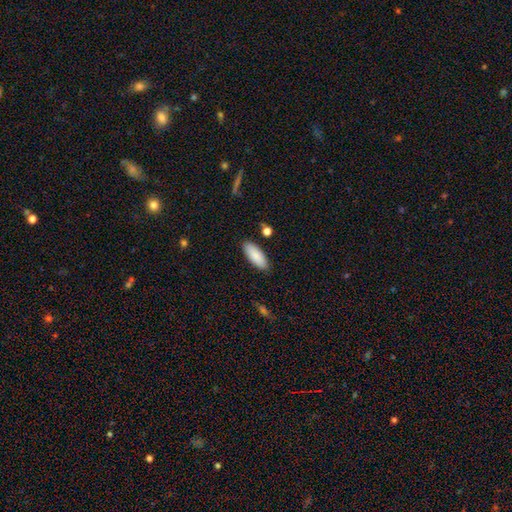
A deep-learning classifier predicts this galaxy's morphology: This appears to be a smooth galaxy with no disk features (88%) that is in between round and cigar-shaped (78%). Merging: none (88%).